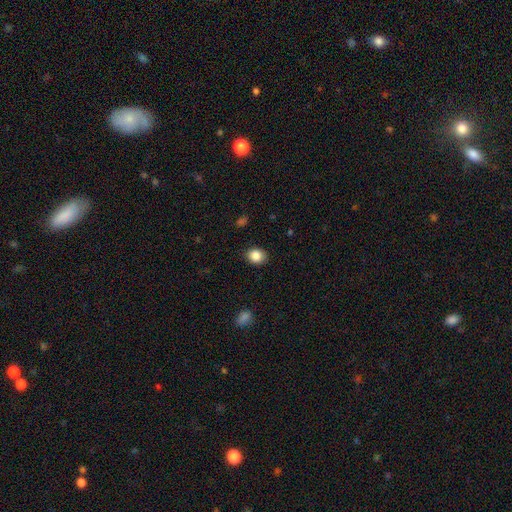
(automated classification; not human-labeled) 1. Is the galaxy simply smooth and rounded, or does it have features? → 86% smooth, 9% star or artifact, 5% featured or disk.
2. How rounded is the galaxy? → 51% round, 48% in between, 1% cigar-shaped.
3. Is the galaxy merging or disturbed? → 87% none, 9% minor disturbance, 2% major disturbance, 1% merger.